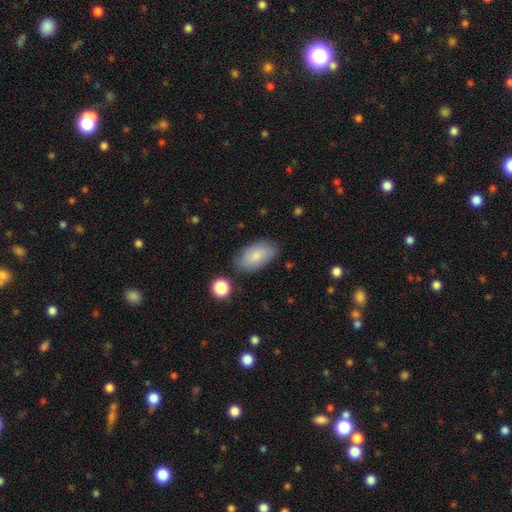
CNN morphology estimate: A smooth galaxy with no disk features (80%) that is in between round and cigar-shaped (94%).

Vote fractions:
- Smooth or featured? smooth: 80% / featured or disk: 14% / star or artifact: 7%
- How rounded? in between: 94% / round: 4% / cigar-shaped: 2%
- Merging? none: 80% / minor disturbance: 14% / major disturbance: 3% / merger: 3%